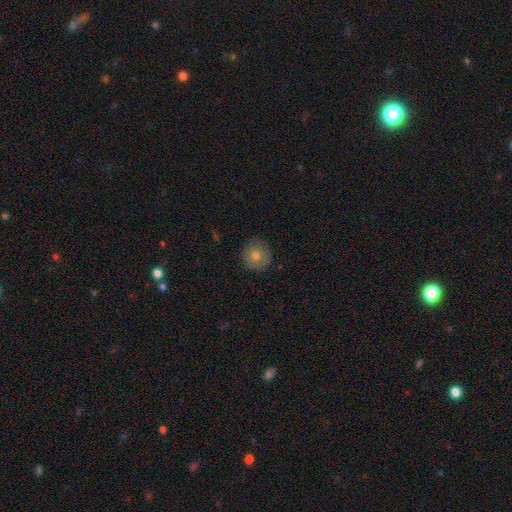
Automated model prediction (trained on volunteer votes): Smooth or featured? Predicted: smooth (p=0.67). How rounded? Predicted: round (p=0.95). Merging? Predicted: none (p=0.88).